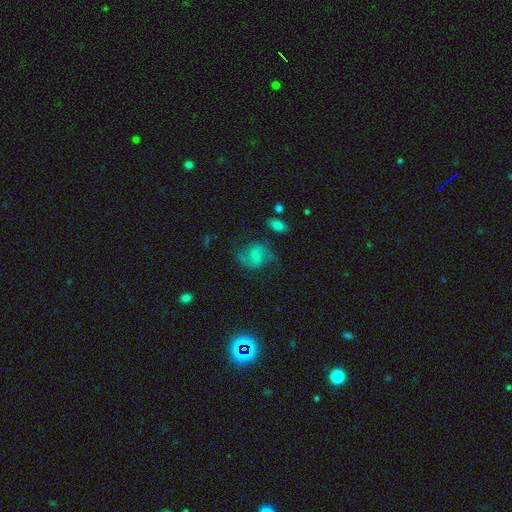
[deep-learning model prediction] smooth_or_featured: featured or disk (p=0.58) [alt: smooth p=0.32]
disk_edge_on: no (p=0.97) [alt: yes p=0.03]
bar: weak (p=0.44) [tied with: no p=0.44]
has_spiral_arms: yes (p=0.88) [alt: no p=0.12]
bulge_size: small (p=0.44) [alt: moderate p=0.30]
merging: none (p=0.61) [alt: minor disturbance p=0.21]